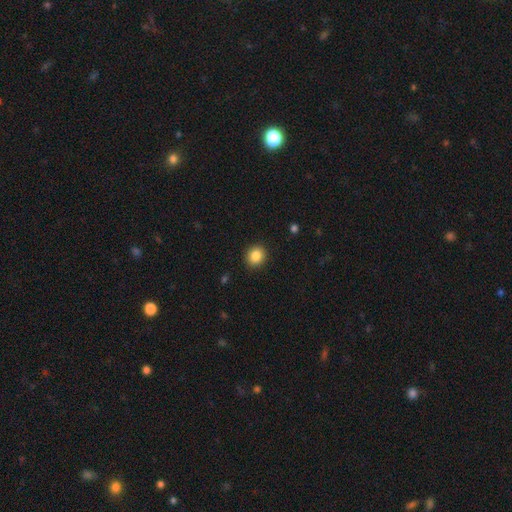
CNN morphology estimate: Q: Smooth or featured?
A: smooth (86%); runner-up: star or artifact (10%)
Q: How rounded?
A: round (80%); runner-up: in between (19%)
Q: Merging?
A: none (91%); runner-up: minor disturbance (6%)